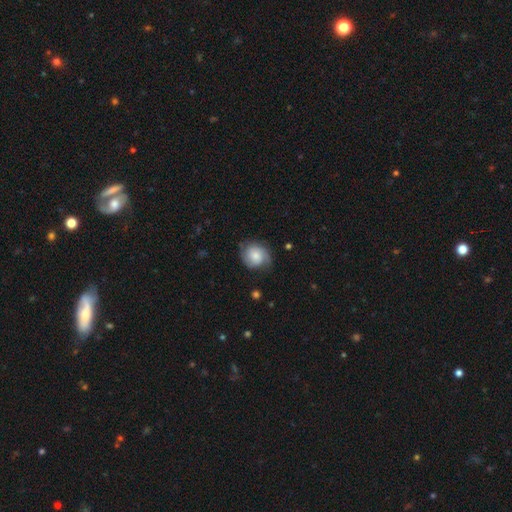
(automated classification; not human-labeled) This appears to be a featured or disk galaxy (48%). Merging: none (68%).